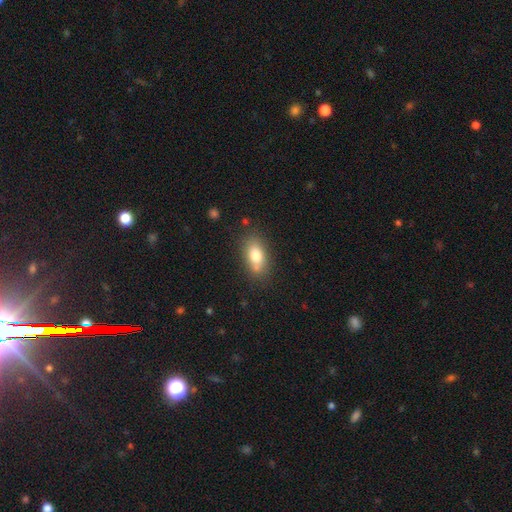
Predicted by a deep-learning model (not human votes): The model was most divided on "merging": none: 70%, minor disturbance: 18%, merger: 8%, major disturbance: 5%. More confident: how rounded — in between (86%); smooth or featured — smooth (77%).